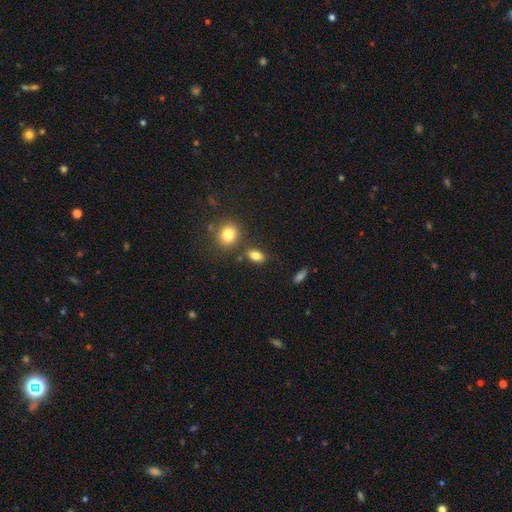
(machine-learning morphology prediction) Smooth or featured?
  - smooth: 81% *
  - star or artifact: 10%
  - featured or disk: 9%
How rounded?
  - in between: 82% *
  - round: 13%
  - cigar-shaped: 5%
Merging?
  - none: 77% *
  - minor disturbance: 11%
  - merger: 8%
  - major disturbance: 3%